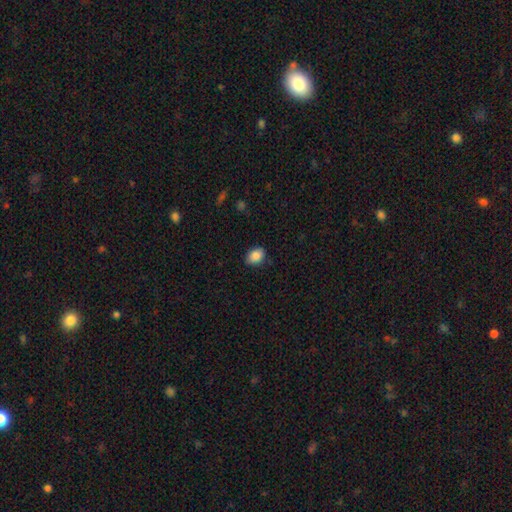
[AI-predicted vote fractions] Q: Smooth or featured?
A: smooth (87%); runner-up: star or artifact (8%)
Q: How rounded?
A: in between (75%); runner-up: round (24%)
Q: Merging?
A: none (82%); runner-up: minor disturbance (14%)